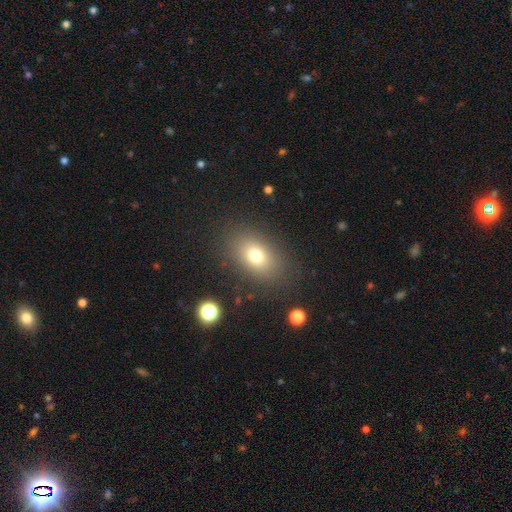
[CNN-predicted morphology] type=smooth (74%); roundness=in between (77%); merging=none (84%).